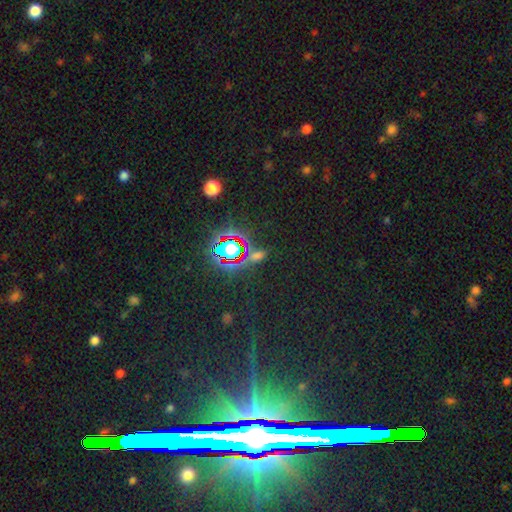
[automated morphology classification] smooth_or_featured: star or artifact (p=0.61) [alt: smooth p=0.27]